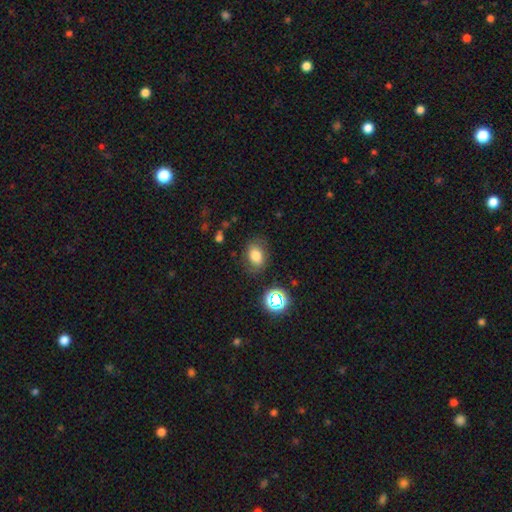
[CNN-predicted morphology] Overall: smooth (73%). How rounded: in between (69%; round 30%). Merging: none (77%).